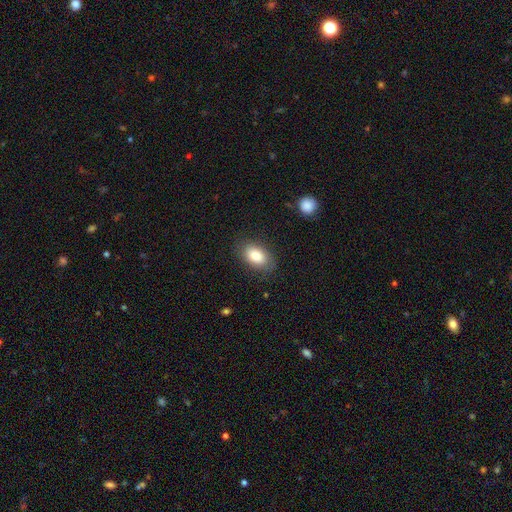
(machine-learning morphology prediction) Overall: smooth (83%). How rounded: in between (90%). Merging: none (83%).